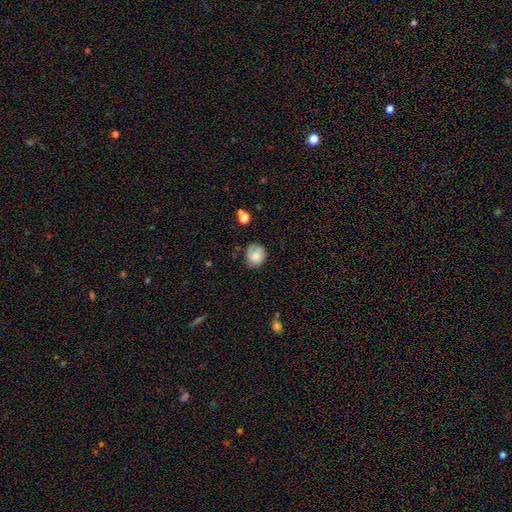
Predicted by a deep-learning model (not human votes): A smooth galaxy with no disk features (65%) that is round (74%). Merging: none (62%).